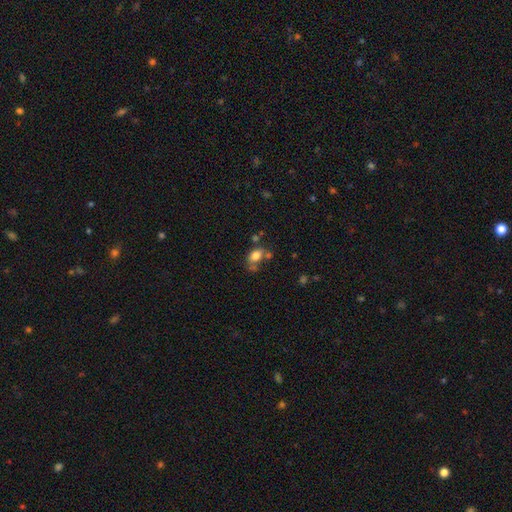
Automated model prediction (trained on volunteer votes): Morphology: type=smooth (78%); roundness=in between (81%); merging=none (51%).